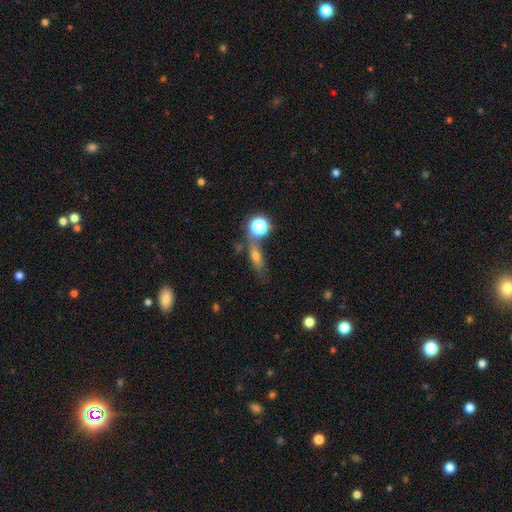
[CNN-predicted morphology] smooth 56%, featured or disk 23%, star or artifact 21%. Down the decision tree: how rounded — in between (46%); merging — none (60%).